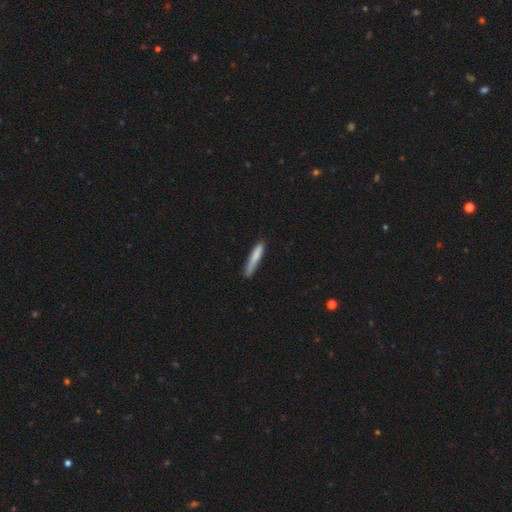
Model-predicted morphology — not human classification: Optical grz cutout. It shows a smooth galaxy with no disk features (80%) that is cigar-shaped (93%). Merging: none (75%).